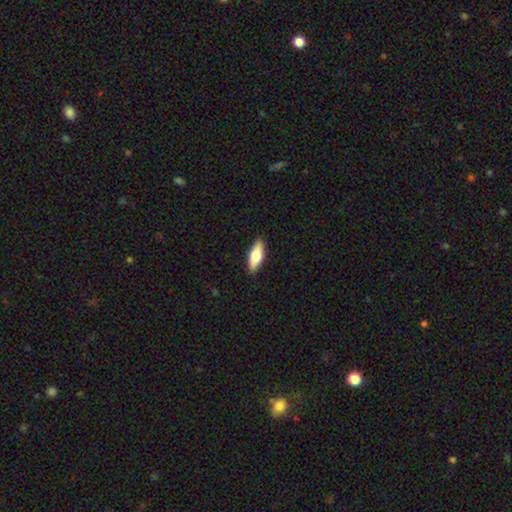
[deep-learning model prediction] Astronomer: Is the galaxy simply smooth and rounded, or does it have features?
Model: smooth — 65%.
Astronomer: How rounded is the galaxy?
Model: in between — 64%.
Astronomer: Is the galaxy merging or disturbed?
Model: none — 90%.